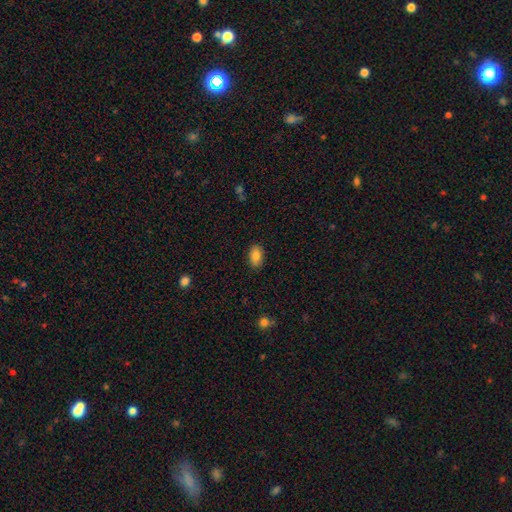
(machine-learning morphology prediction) Overall: smooth (85%). How rounded: in between (90%). Merging: none (87%).